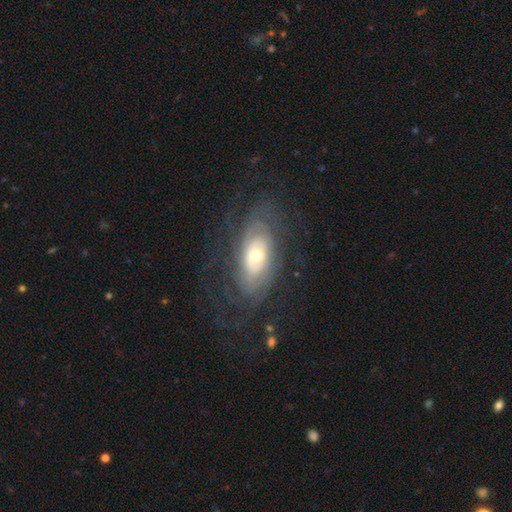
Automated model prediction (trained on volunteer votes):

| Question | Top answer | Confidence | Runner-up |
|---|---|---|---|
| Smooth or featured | featured or disk | 79% | smooth (15%) |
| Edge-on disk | no | 91% | yes (9%) |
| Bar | no | 75% | weak (18%) |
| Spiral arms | yes | 85% | no (15%) |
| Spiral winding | tight | 66% | medium (23%) |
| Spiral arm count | can't tell | 53% | 2 (20%) |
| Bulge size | moderate | 58% | small (31%) |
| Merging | none | 70% | minor disturbance (16%) |